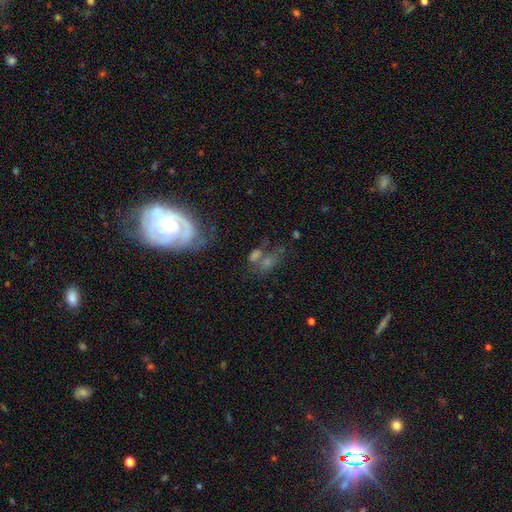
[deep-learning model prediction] Smooth or featured: featured or disk — 47% (smooth — 35%)
Merging: none — 41% (merger — 24%)